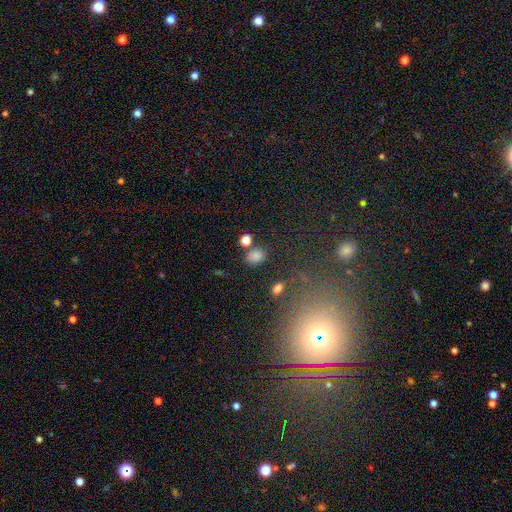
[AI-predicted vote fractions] Smooth or featured? smooth (81%)
How rounded? in between (58%)
Merging? none (72%)